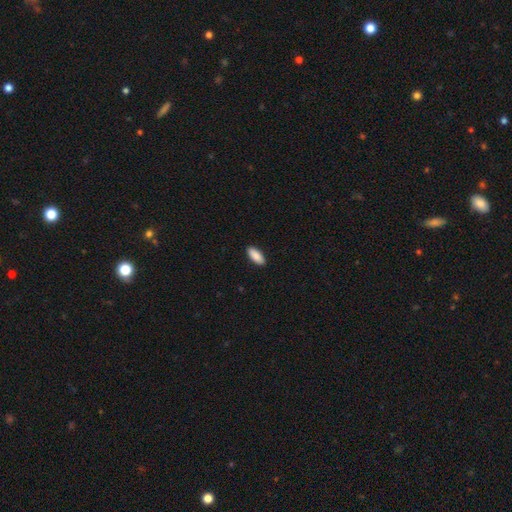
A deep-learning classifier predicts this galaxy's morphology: smooth 90%, star or artifact 6%, featured or disk 4%. Down the decision tree: how rounded — in between (84%); merging — none (90%).